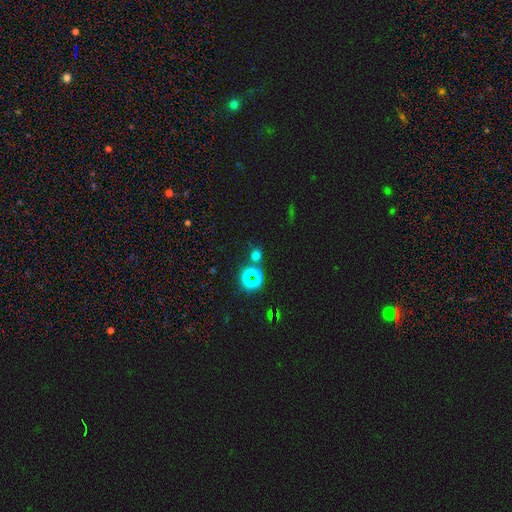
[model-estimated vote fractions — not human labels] smooth_or_featured: star or artifact (p=0.61) [alt: smooth p=0.31]